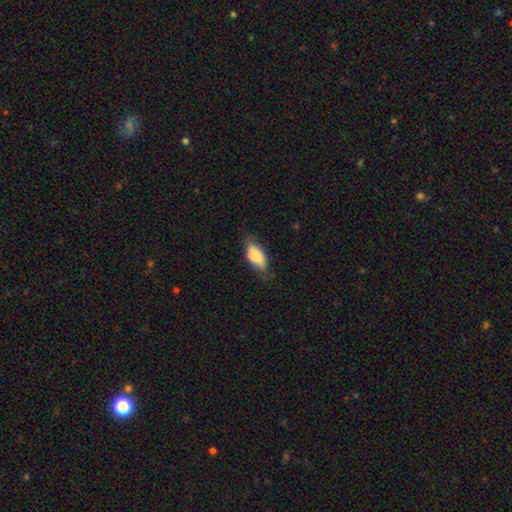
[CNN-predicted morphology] Smooth or featured? smooth (75%)
How rounded? in between (87%)
Merging? none (61%)